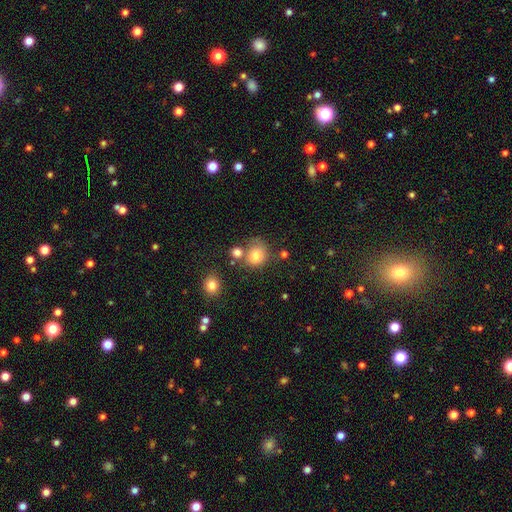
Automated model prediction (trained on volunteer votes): This appears to be a smooth galaxy with no disk features (79%) that is round (74%). Merging: none (51%).